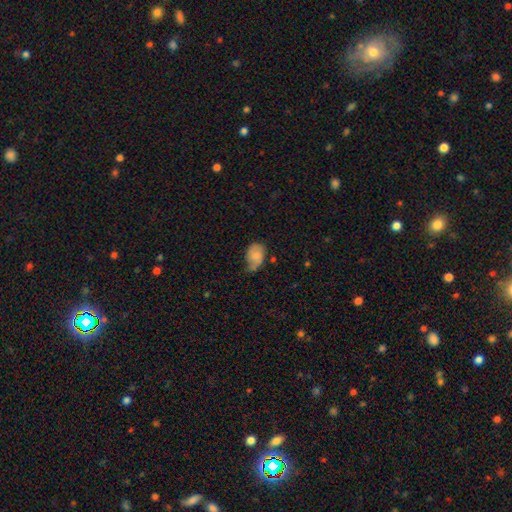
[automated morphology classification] Overall: smooth (56%; featured or disk 35%). How rounded: in between (81%). Merging: minor disturbance (40%; none 39%).